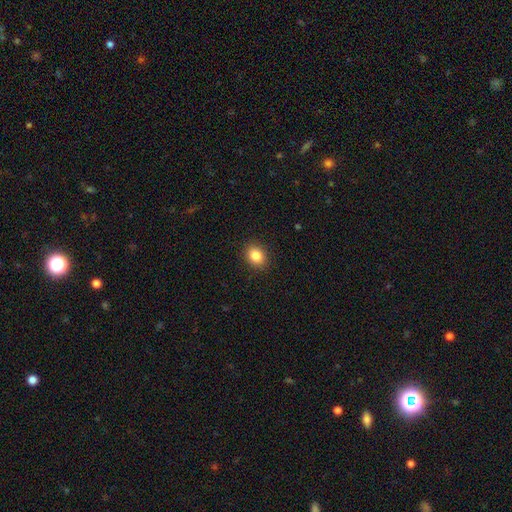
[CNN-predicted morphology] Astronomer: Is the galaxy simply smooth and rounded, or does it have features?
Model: smooth — 85%.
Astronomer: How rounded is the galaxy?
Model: in between — 54% (runner-up: round, 45%).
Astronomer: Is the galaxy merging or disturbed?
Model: none — 90%.